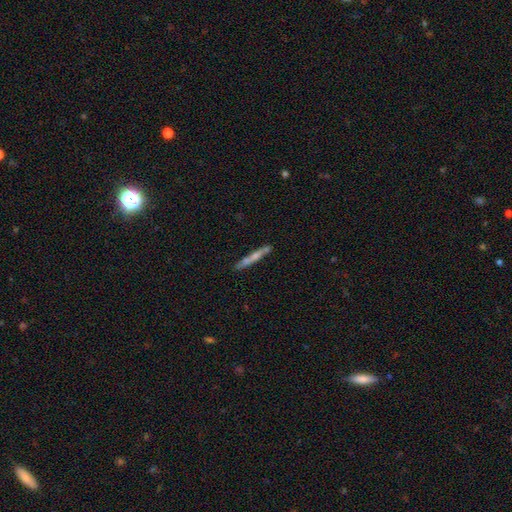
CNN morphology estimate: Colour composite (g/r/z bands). It shows a featured or disk galaxy (48%). Merging: none (80%).